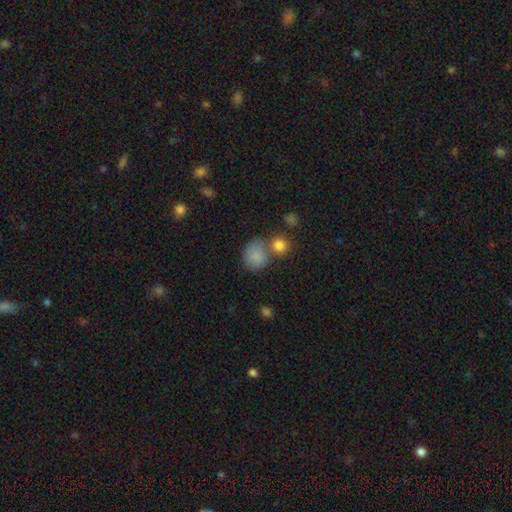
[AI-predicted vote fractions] smooth 83%, star or artifact 9%, featured or disk 8%. Down the decision tree: how rounded — round (71%); merging — none (47%).